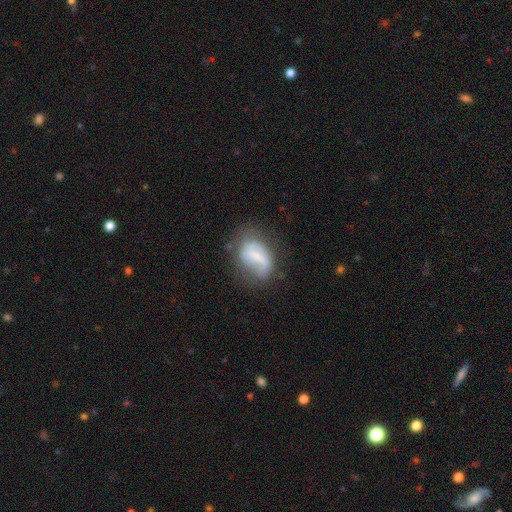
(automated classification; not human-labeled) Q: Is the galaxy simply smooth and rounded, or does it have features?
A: featured or disk — 53%.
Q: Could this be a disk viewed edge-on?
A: no — 95%.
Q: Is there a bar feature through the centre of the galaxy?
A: weak — 40%.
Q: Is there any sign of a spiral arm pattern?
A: yes — 54%.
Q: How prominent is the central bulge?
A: small — 39%.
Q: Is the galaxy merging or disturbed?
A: none — 43%.